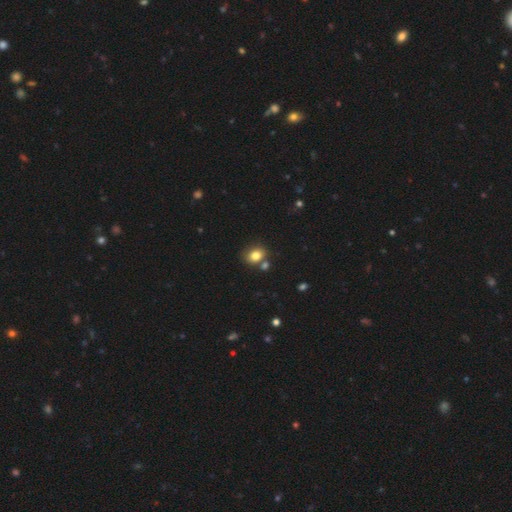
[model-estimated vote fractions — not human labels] A smooth galaxy with no disk features (82%) that is in between round and cigar-shaped (57%). Merging: none (66%).